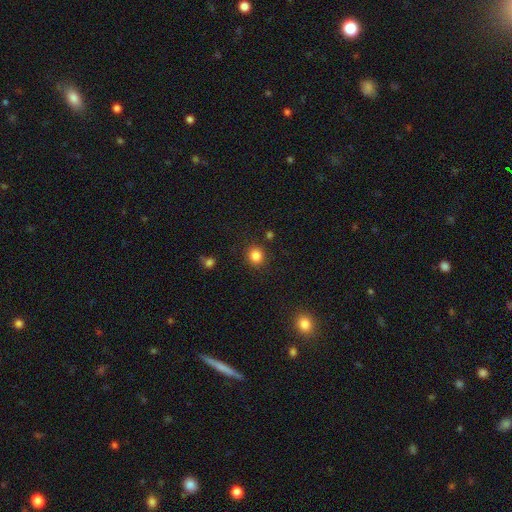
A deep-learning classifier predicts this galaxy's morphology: Smooth or featured? Predicted: smooth (p=0.84). How rounded? Predicted: round (p=0.86). Merging? Predicted: none (p=0.88).